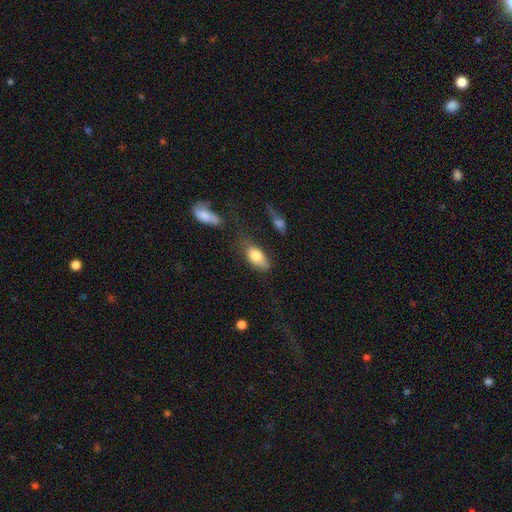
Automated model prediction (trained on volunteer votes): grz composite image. It shows a smooth galaxy with no disk features (79%) that is in between round and cigar-shaped (89%). Merging: none (46%).